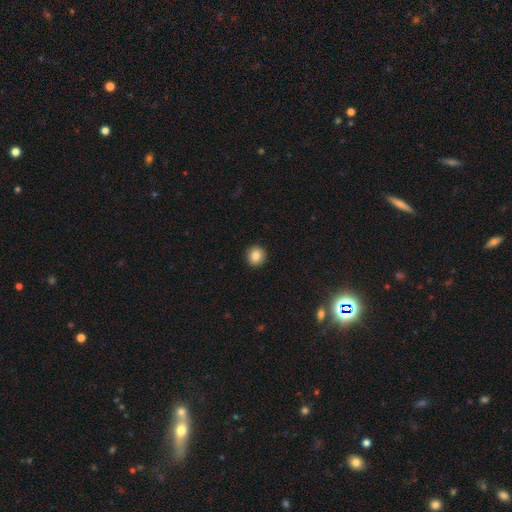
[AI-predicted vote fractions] smooth-or-featured: smooth: 85% | star or artifact: 9% | featured or disk: 5%
  how-rounded: round: 92% | in between: 7% | cigar-shaped: 1%
  merging: none: 93% | minor disturbance: 5% | major disturbance: 2% | merger: 1%